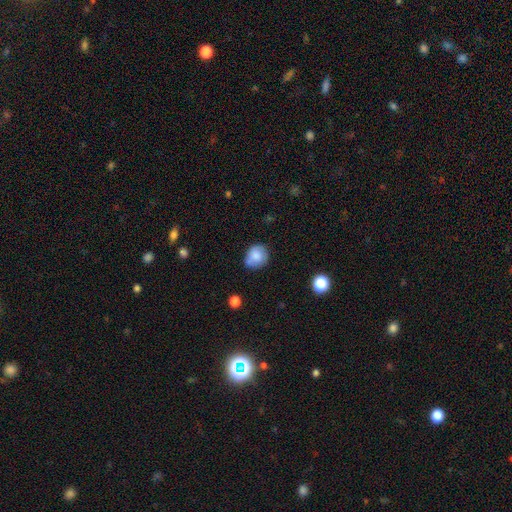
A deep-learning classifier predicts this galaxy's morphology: Smooth or featured?
  - smooth: 80% *
  - featured or disk: 11%
  - star or artifact: 9%
How rounded?
  - round: 74% *
  - in between: 25%
  - cigar-shaped: 1%
Merging?
  - none: 59% *
  - minor disturbance: 29%
  - merger: 6%
  - major disturbance: 6%